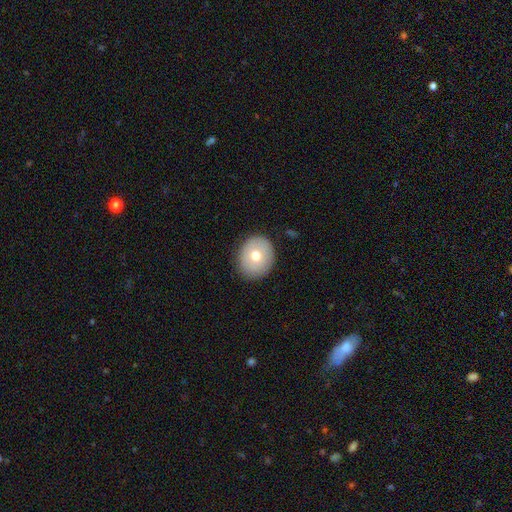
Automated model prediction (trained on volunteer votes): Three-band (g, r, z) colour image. It shows a smooth galaxy with no disk features (70%) that is round (67%). Merging: none (87%).